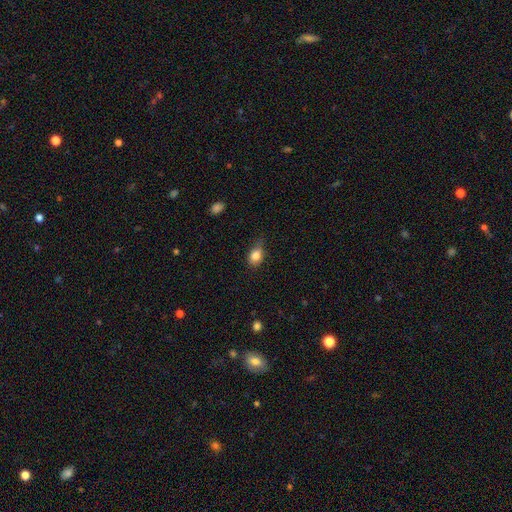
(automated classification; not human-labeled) Smooth or featured: smooth — 83% (star or artifact — 9%)
How rounded: in between — 67% (round — 31%)
Merging: none — 60% (minor disturbance — 32%)